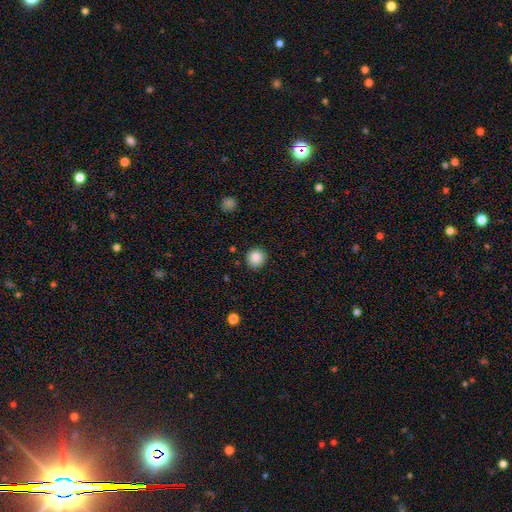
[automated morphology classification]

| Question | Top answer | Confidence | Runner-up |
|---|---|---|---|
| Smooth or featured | smooth | 85% | star or artifact (9%) |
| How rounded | round | 90% | in between (9%) |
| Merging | none | 90% | minor disturbance (7%) |